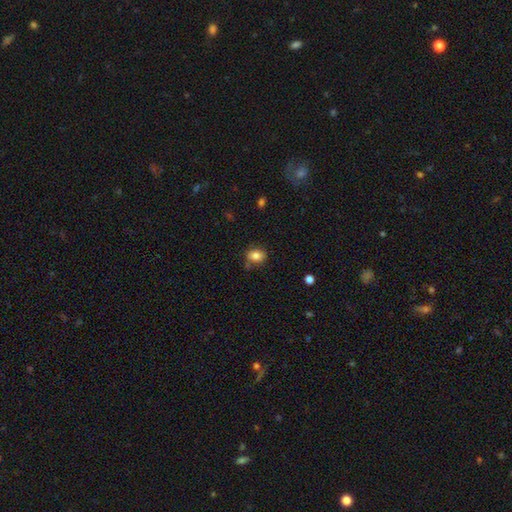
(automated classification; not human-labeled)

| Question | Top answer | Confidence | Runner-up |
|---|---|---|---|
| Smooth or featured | smooth | 82% | star or artifact (10%) |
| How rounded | in between | 55% | round (44%) |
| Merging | none | 67% | minor disturbance (22%) |